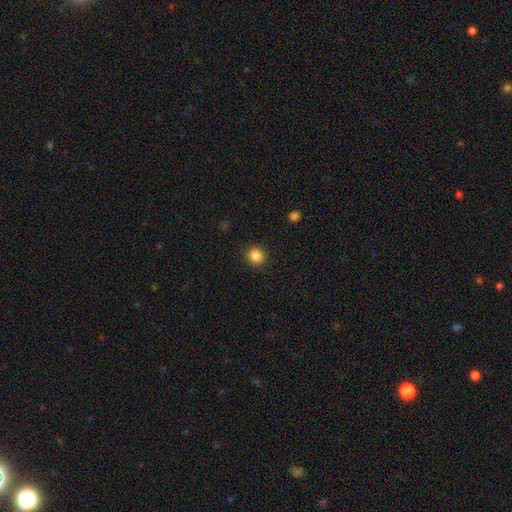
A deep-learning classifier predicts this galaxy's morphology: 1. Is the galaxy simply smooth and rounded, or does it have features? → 86% smooth, 11% star or artifact, 4% featured or disk.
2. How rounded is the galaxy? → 89% round, 10% in between, 1% cigar-shaped.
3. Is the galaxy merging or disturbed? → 91% none, 6% minor disturbance, 2% major disturbance, 1% merger.